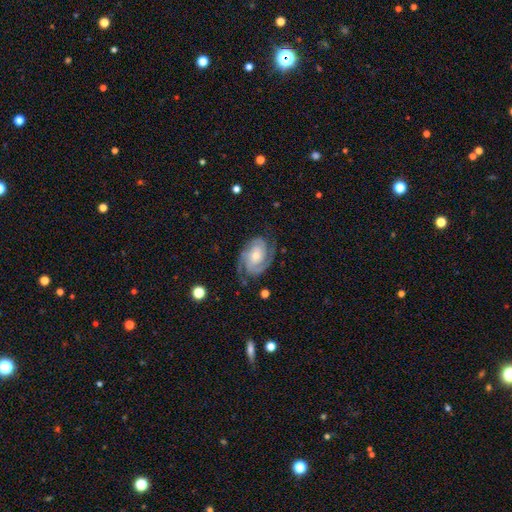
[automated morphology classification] smooth_or_featured: featured or disk (p=0.89) [alt: smooth p=0.06]
disk_edge_on: no (p=0.97) [alt: yes p=0.03]
bar: no (p=0.65) [alt: weak p=0.27]
has_spiral_arms: yes (p=0.98) [alt: no p=0.02]
spiral_winding: tight (p=0.61) [alt: medium p=0.33]
spiral_arm_count: 2 (p=0.68) [alt: 3 p=0.16]
bulge_size: small (p=0.46) [alt: moderate p=0.45]
merging: none (p=0.74) [alt: minor disturbance p=0.17]